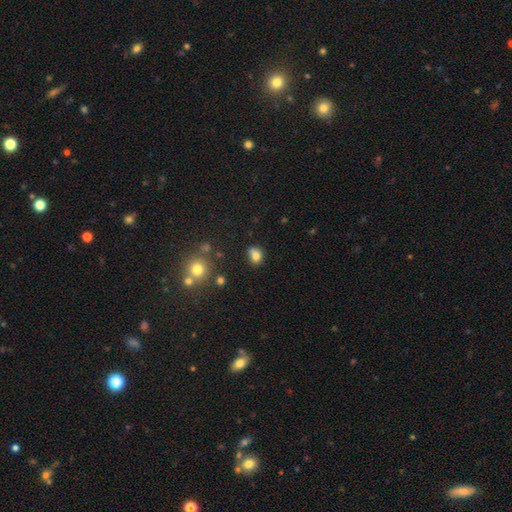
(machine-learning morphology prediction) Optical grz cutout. It shows a smooth galaxy with no disk features (78%) that is in between round and cigar-shaped (50%). Merging: none (56%).